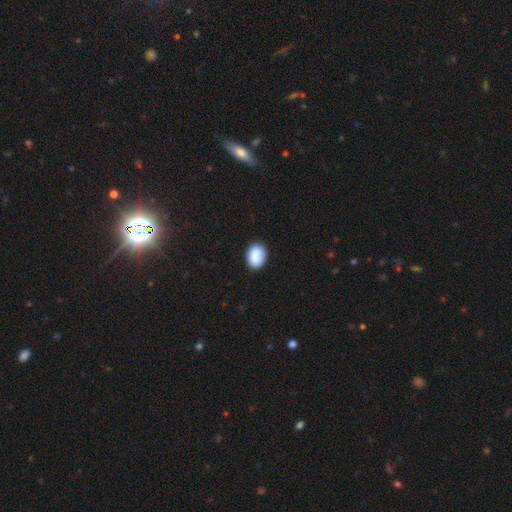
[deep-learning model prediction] The model was most divided on "how rounded": in between: 76%, round: 23%, cigar-shaped: 1%. More confident: smooth or featured — smooth (88%); merging — none (84%).